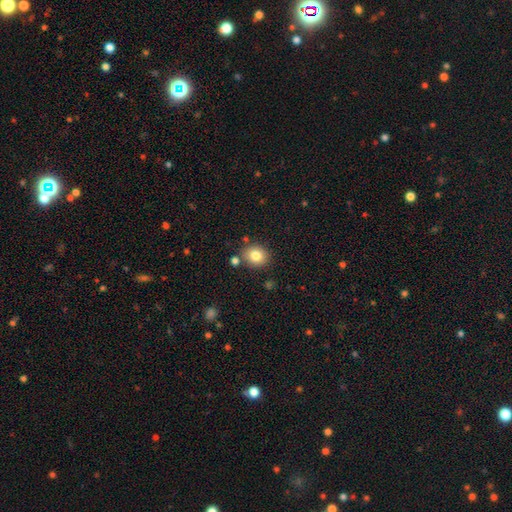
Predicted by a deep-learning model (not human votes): Smooth or featured: smooth — 82% (star or artifact — 10%)
How rounded: round — 67% (in between — 32%)
Merging: none — 81% (minor disturbance — 10%)